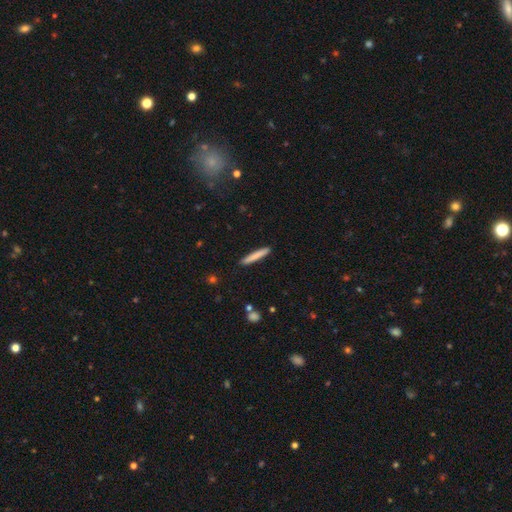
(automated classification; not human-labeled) A smooth galaxy with no disk features (79%) that is cigar-shaped (95%).

Vote fractions:
- Smooth or featured? smooth: 79% / featured or disk: 15% / star or artifact: 6%
- How rounded? cigar-shaped: 95% / in between: 4% / round: 1%
- Merging? none: 91% / minor disturbance: 6% / major disturbance: 1% / merger: 1%